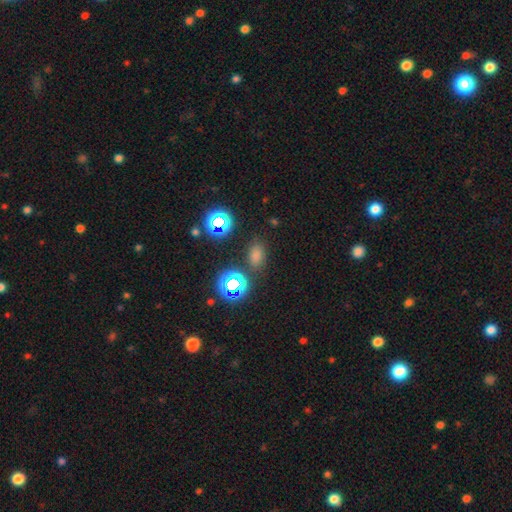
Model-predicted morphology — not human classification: type=smooth (68%); roundness=in between (78%); merging=none (79%).